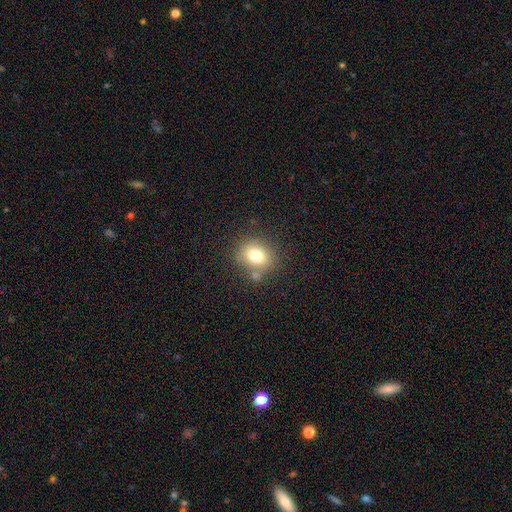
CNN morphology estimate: This appears to be a smooth galaxy with no disk features (77%) that is round (57%). Merging: none (70%).